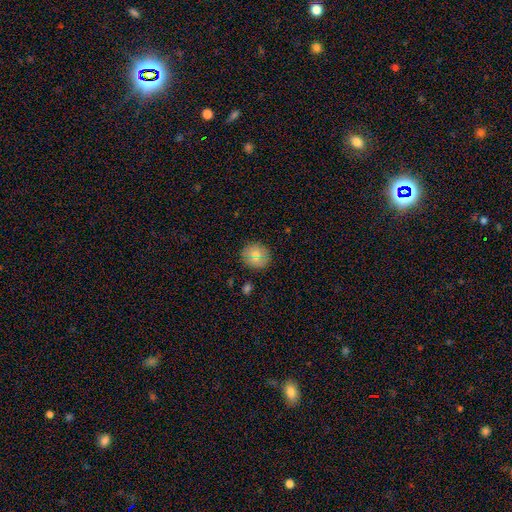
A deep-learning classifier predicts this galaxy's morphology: smooth-or-featured: smooth: 76% | featured or disk: 13% | star or artifact: 11%
  how-rounded: round: 89% | in between: 10% | cigar-shaped: 1%
  merging: none: 85% | minor disturbance: 10% | major disturbance: 2% | merger: 2%